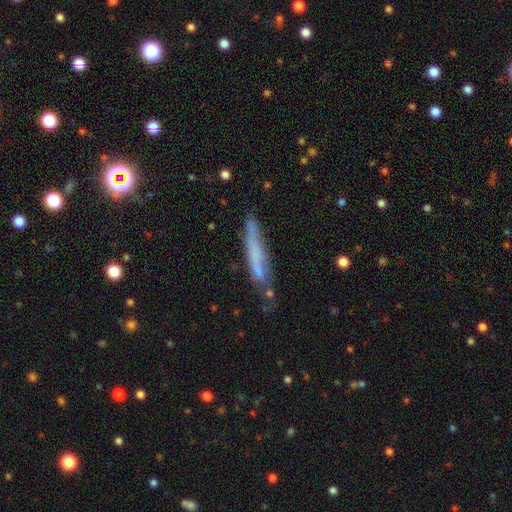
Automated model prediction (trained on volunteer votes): Smooth or featured: smooth — 52% (featured or disk — 37%)
How rounded: cigar-shaped — 93% (in between — 6%)
Merging: none — 67% (minor disturbance — 23%)